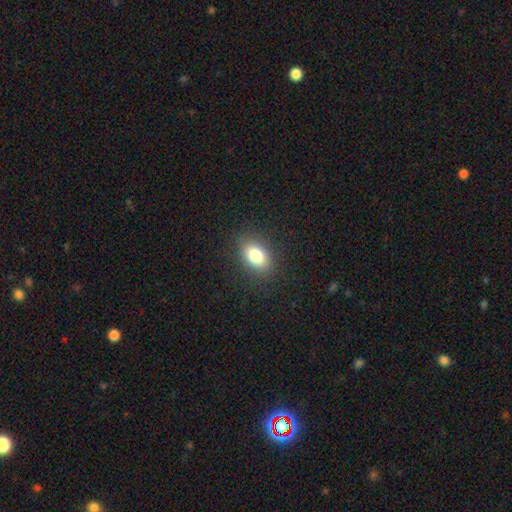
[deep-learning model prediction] A smooth galaxy with no disk features (81%) that is in between round and cigar-shaped (84%).

Vote fractions:
- Smooth or featured? smooth: 81% / star or artifact: 10% / featured or disk: 10%
- How rounded? in between: 84% / round: 14% / cigar-shaped: 2%
- Merging? none: 87% / minor disturbance: 9% / major disturbance: 3% / merger: 1%